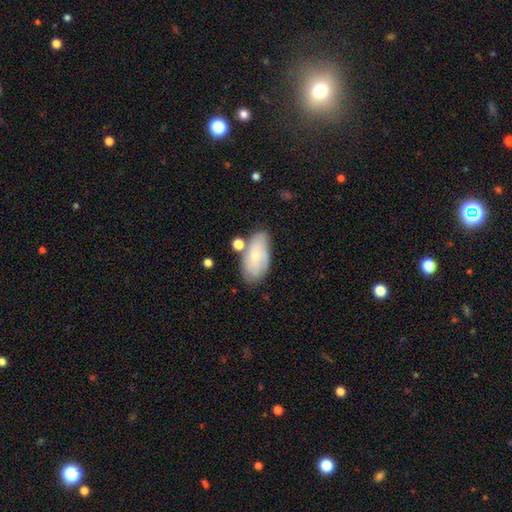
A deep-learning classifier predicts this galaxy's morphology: Smooth or featured: smooth — 58% (featured or disk — 35%)
How rounded: in between — 91% (cigar-shaped — 5%)
Merging: none — 60% (minor disturbance — 22%)